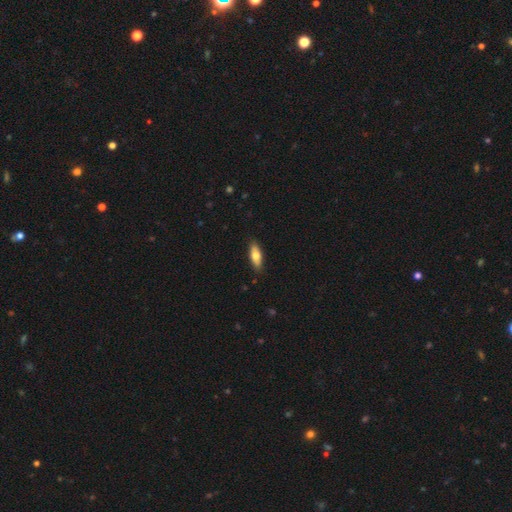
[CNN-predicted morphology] A smooth galaxy with no disk features (69%) that is in between round and cigar-shaped (64%).

Vote fractions:
- Smooth or featured? smooth: 69% / featured or disk: 26% / star or artifact: 6%
- How rounded? in between: 64% / cigar-shaped: 34% / round: 2%
- Merging? none: 87% / minor disturbance: 11% / major disturbance: 2% / merger: 1%